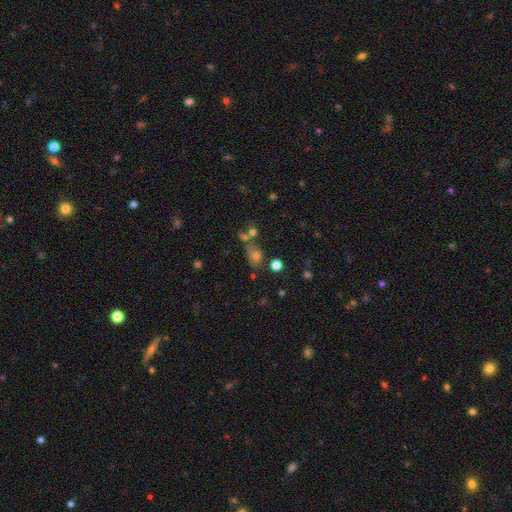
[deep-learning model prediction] Smooth or featured?
  - smooth: 66% *
  - star or artifact: 19%
  - featured or disk: 14%
How rounded?
  - in between: 54% *
  - round: 43%
  - cigar-shaped: 3%
Merging?
  - none: 50% *
  - merger: 26%
  - minor disturbance: 16%
  - major disturbance: 8%